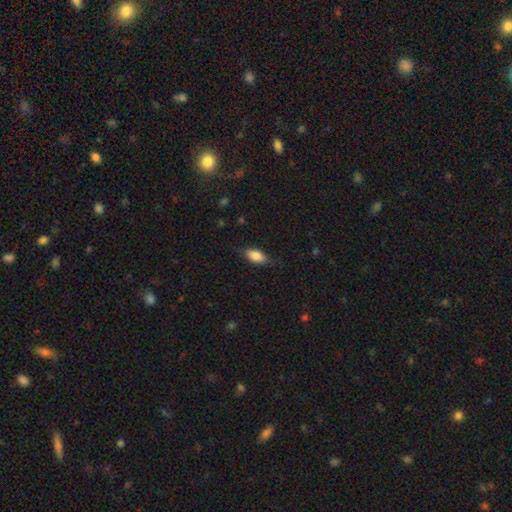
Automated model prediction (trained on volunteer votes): Smooth or featured: smooth — 84% (featured or disk — 9%)
How rounded: in between — 88% (cigar-shaped — 9%)
Merging: none — 77% (minor disturbance — 18%)